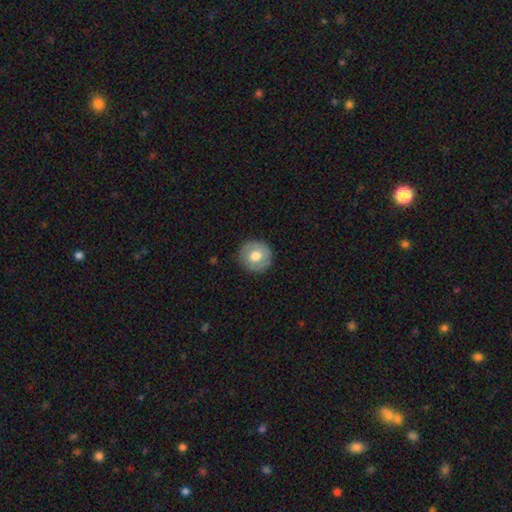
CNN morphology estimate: Q: Smooth or featured?
A: smooth (68%); runner-up: featured or disk (25%)
Q: How rounded?
A: round (94%); runner-up: in between (5%)
Q: Merging?
A: none (90%); runner-up: minor disturbance (7%)